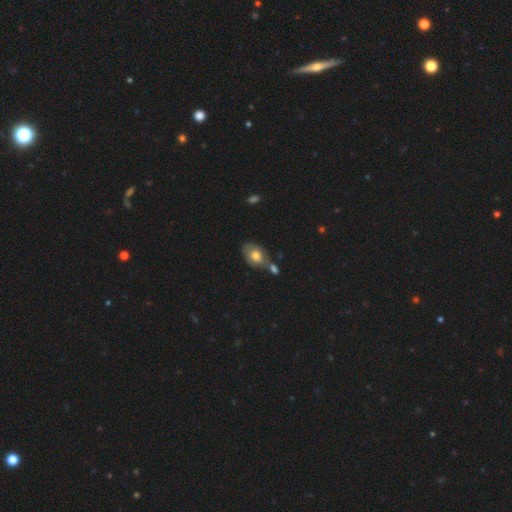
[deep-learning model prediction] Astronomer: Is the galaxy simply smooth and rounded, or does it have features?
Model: smooth — 67%.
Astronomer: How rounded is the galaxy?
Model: in between — 82%.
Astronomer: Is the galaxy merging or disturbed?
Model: none — 42% (runner-up: merger, 34%).